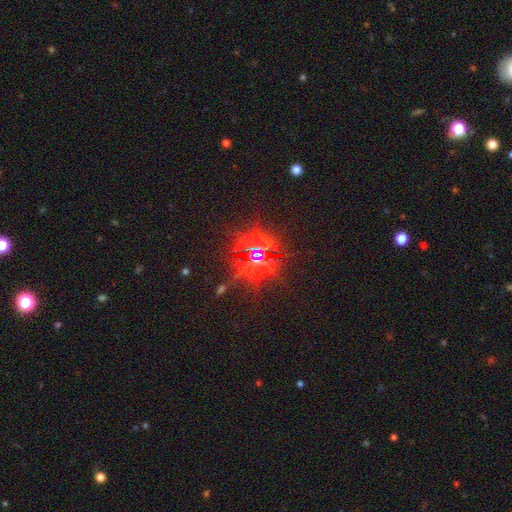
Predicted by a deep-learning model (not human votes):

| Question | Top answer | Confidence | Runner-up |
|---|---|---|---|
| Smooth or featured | star or artifact | 84% | smooth (8%) |